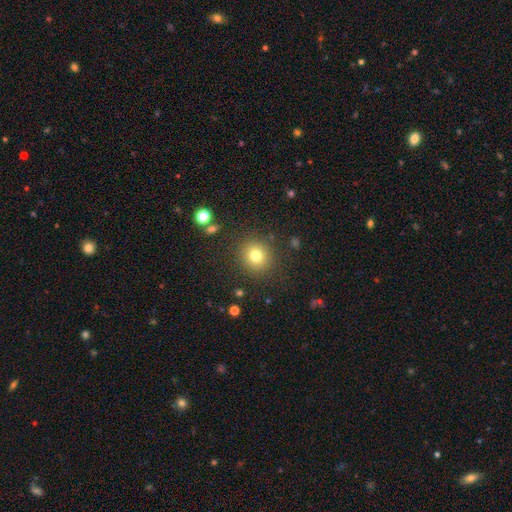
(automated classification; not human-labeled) Smooth or featured: smooth — 78% (star or artifact — 13%)
How rounded: round — 89% (in between — 10%)
Merging: none — 88% (minor disturbance — 7%)